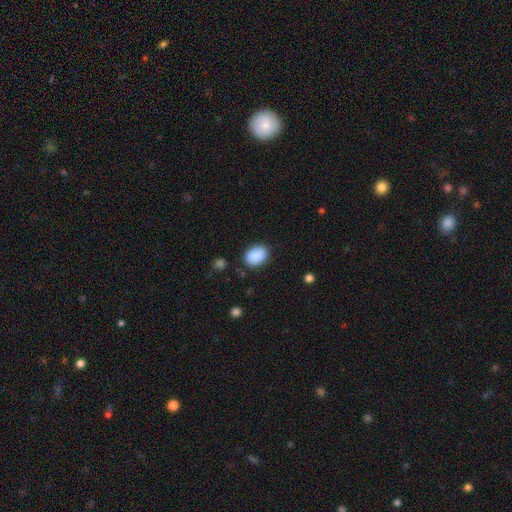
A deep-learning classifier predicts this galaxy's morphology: Smooth or featured? Predicted: smooth (p=0.90). How rounded? Predicted: in between (p=0.79). Merging? Predicted: none (p=0.83).